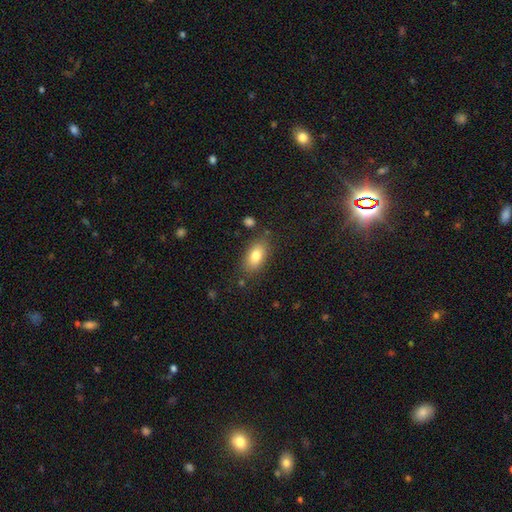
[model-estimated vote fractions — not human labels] smooth 80%, featured or disk 12%, star or artifact 8%. Down the decision tree: how rounded — in between (89%); merging — none (80%).